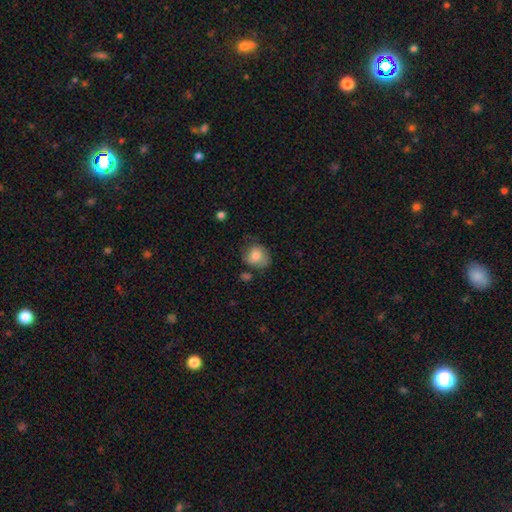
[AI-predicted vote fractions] Smooth or featured: smooth — 76% (featured or disk — 17%)
How rounded: round — 66% (in between — 33%)
Merging: none — 53% (minor disturbance — 31%)